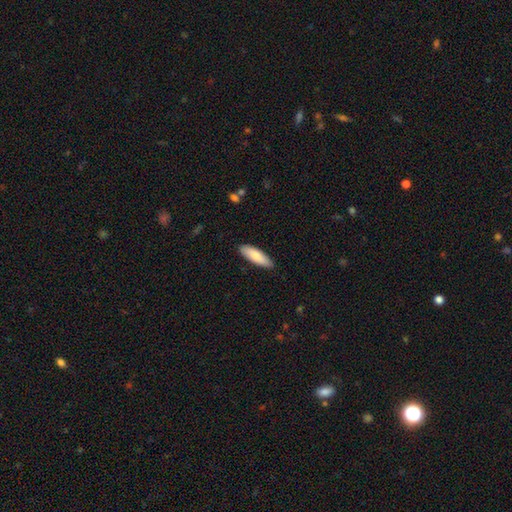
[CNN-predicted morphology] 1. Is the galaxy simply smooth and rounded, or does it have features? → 81% smooth, 14% featured or disk, 5% star or artifact.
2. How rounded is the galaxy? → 50% cigar-shaped, 48% in between, 1% round.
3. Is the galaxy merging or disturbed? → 86% none, 11% minor disturbance, 2% major disturbance, 1% merger.